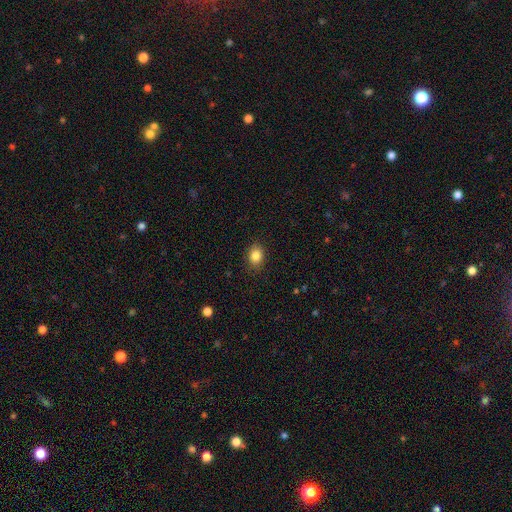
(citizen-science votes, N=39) Q: Smooth or featured?
A: smooth (87%); runner-up: star or artifact (10%)
Q: How rounded?
A: round (50%); tied with: in between (50%)
Q: Merging?
A: none (77%); runner-up: minor disturbance (14%)